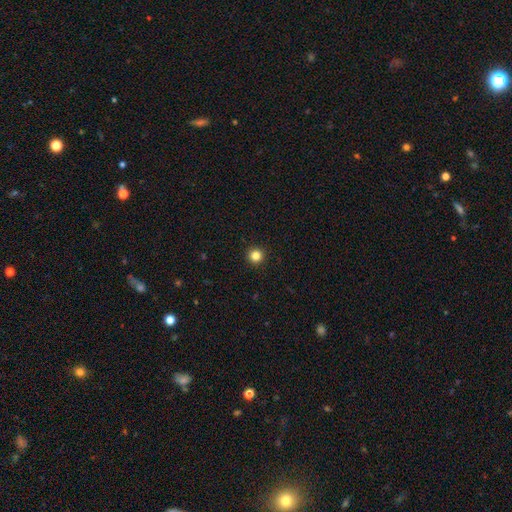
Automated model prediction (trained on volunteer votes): This is clearly a smooth galaxy (83%). How rounded: clearly round (96%). Merging: clearly none (94%).